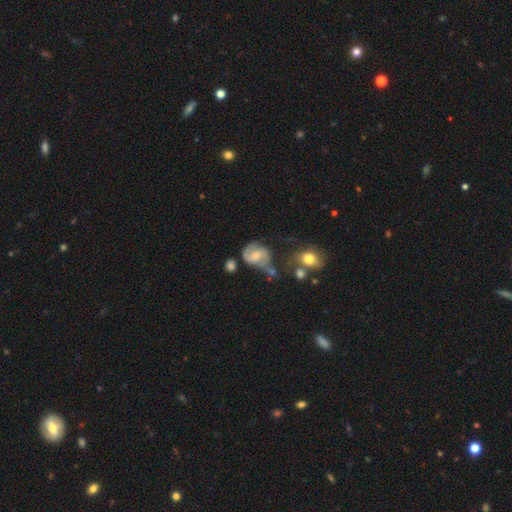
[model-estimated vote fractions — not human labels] smooth_or_featured: featured or disk (p=0.66) [alt: smooth p=0.26]
disk_edge_on: no (p=0.98) [alt: yes p=0.02]
bar: no (p=0.50) [alt: weak p=0.40]
has_spiral_arms: yes (p=0.86) [alt: no p=0.14]
spiral_winding: medium (p=0.46) [alt: tight p=0.28]
spiral_arm_count: 2 (p=0.70) [alt: can't tell p=0.12]
bulge_size: moderate (p=0.48) [alt: small p=0.37]
merging: none (p=0.34) [alt: minor disturbance p=0.27]